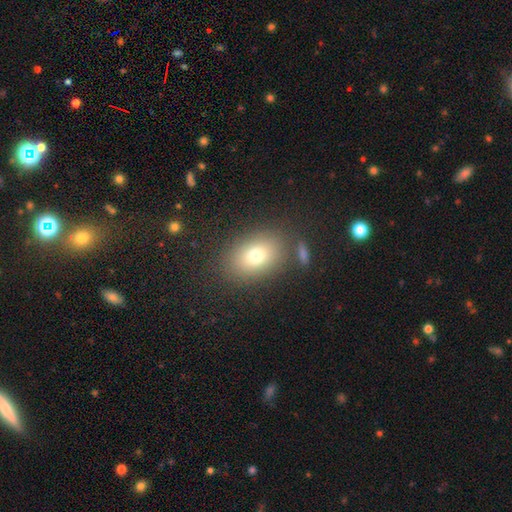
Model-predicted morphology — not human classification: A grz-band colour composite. It shows a smooth galaxy with no disk features (76%) that is in between round and cigar-shaped (74%). Merging: none (81%).